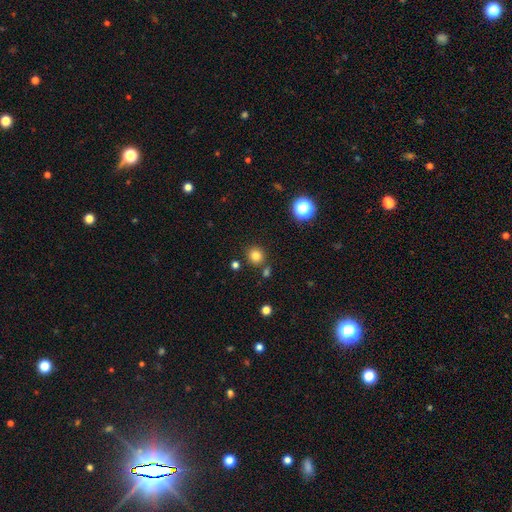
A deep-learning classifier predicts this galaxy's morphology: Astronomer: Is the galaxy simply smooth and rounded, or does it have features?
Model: smooth — 81%.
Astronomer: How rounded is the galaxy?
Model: round — 92%.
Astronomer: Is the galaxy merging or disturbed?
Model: none — 84%.